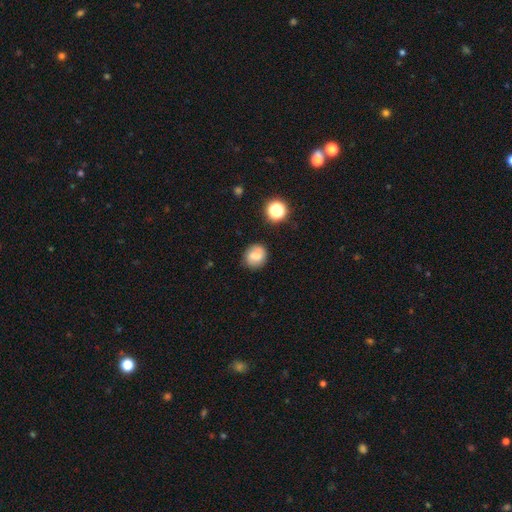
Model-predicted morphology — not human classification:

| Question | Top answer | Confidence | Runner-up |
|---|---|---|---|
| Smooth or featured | smooth | 69% | featured or disk (19%) |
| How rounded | round | 77% | in between (22%) |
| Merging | none | 80% | minor disturbance (13%) |